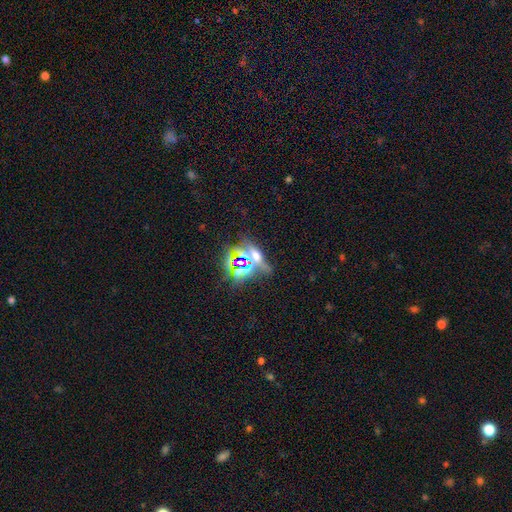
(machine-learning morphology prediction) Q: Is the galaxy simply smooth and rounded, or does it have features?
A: star or artifact — 57%.